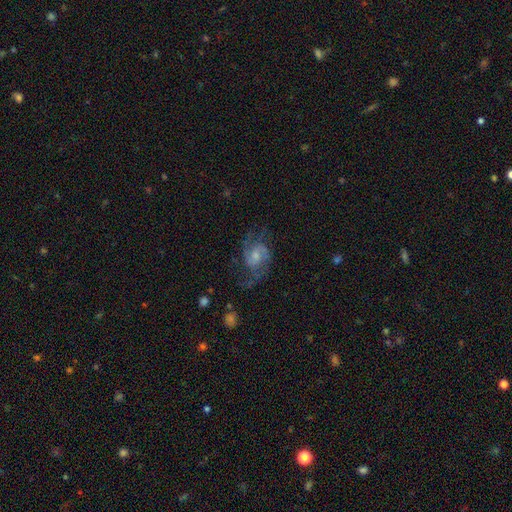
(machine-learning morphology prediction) Smooth or featured? Predicted: featured or disk (p=0.81). Edge-on disk? Predicted: no (p=0.97). Bar? Predicted: no (p=0.50). Spiral arms? Predicted: yes (p=0.94). Spiral winding? Predicted: medium (p=0.53). Spiral arm count? Predicted: 2 (p=0.76). Bulge size? Predicted: small (p=0.44). Merging? Predicted: none (p=0.63).